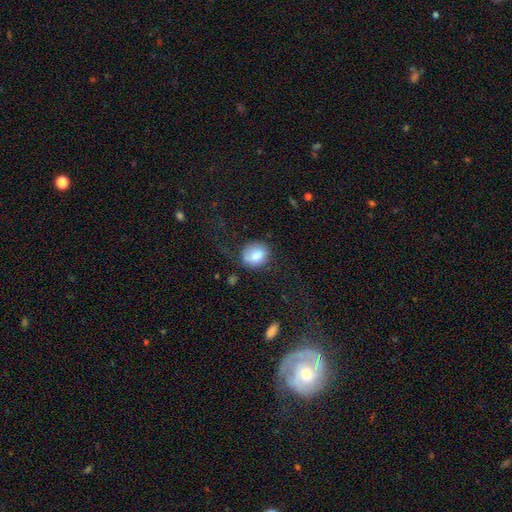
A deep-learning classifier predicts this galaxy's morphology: Q: Smooth or featured?
A: smooth (82%); runner-up: featured or disk (10%)
Q: How rounded?
A: round (64%); runner-up: in between (35%)
Q: Merging?
A: none (61%); runner-up: minor disturbance (24%)